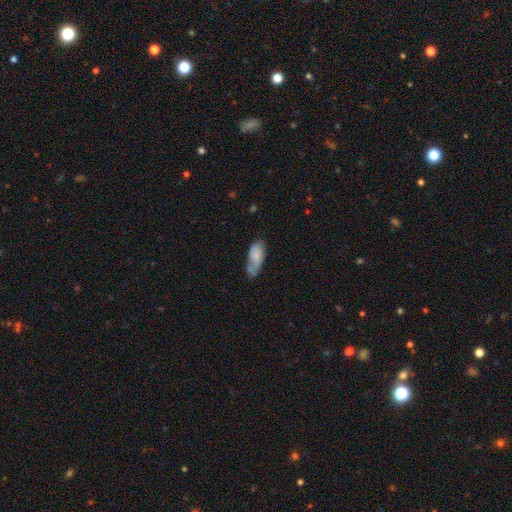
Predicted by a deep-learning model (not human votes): smooth_or_featured: smooth (p=0.69) [alt: featured or disk p=0.24]
how_rounded: in between (p=0.86) [alt: cigar-shaped p=0.11]
merging: none (p=0.39) [alt: minor disturbance p=0.32]